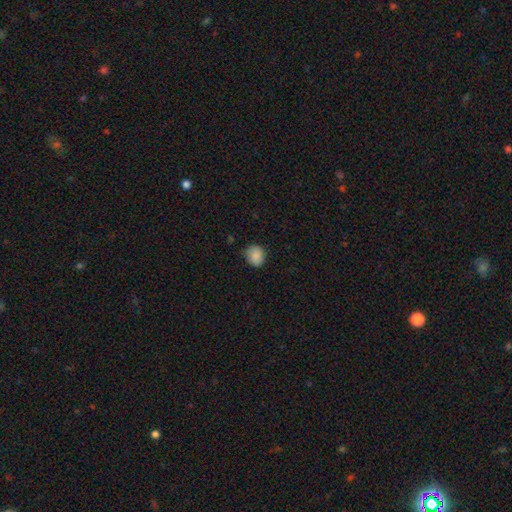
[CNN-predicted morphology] Overall: smooth (87%). How rounded: round (72%). Merging: none (75%).